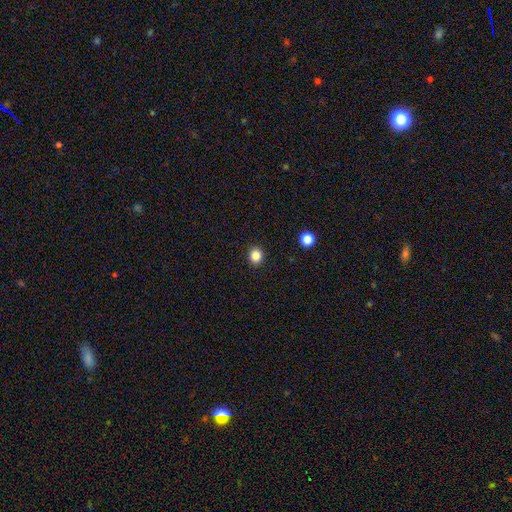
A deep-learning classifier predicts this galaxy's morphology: A smooth galaxy with no disk features (84%) that is round (81%).

Vote fractions:
- Smooth or featured? smooth: 84% / star or artifact: 12% / featured or disk: 4%
- How rounded? round: 81% / in between: 18% / cigar-shaped: 1%
- Merging? none: 92% / minor disturbance: 5% / major disturbance: 2% / merger: 1%